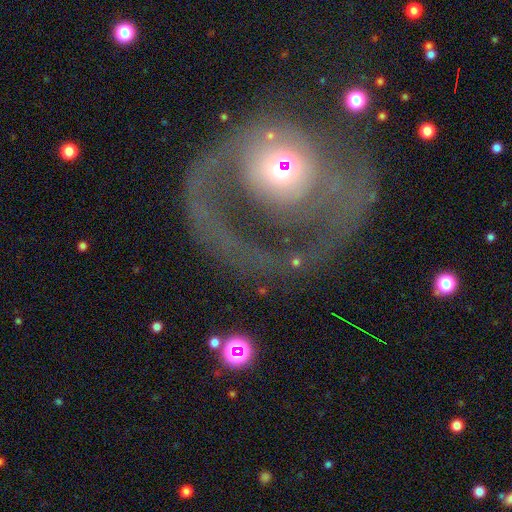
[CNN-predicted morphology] This appears to be a featured or disk galaxy (68%) with no bar (66%), spiral arms (54%) and a moderate central bulge (64%). Merging: none (53%).